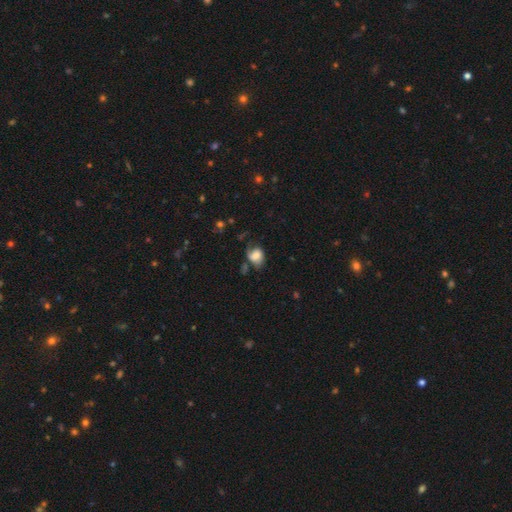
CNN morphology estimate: smooth-or-featured: smooth: 64% | featured or disk: 26% | star or artifact: 10%
  how-rounded: in between: 59% | round: 40% | cigar-shaped: 1%
  merging: none: 38% | minor disturbance: 31% | major disturbance: 23% | merger: 9%